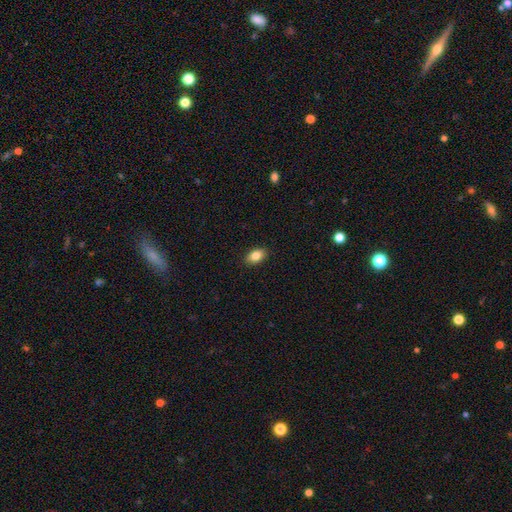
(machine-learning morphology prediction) smooth 85%, star or artifact 8%, featured or disk 7%. Down the decision tree: how rounded — in between (88%); merging — none (90%).